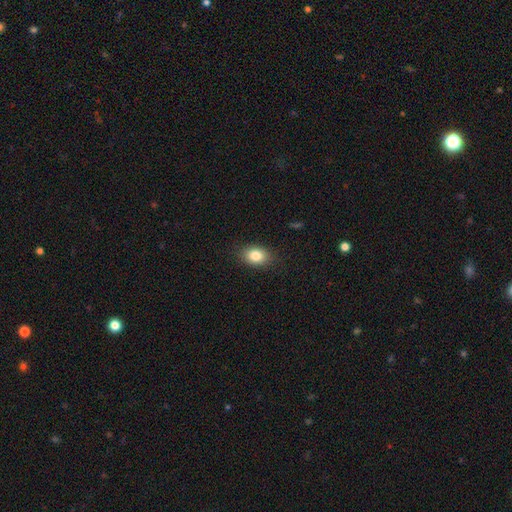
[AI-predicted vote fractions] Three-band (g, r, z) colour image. It shows a smooth galaxy with no disk features (83%) that is in between round and cigar-shaped (75%). Merging: none (86%).